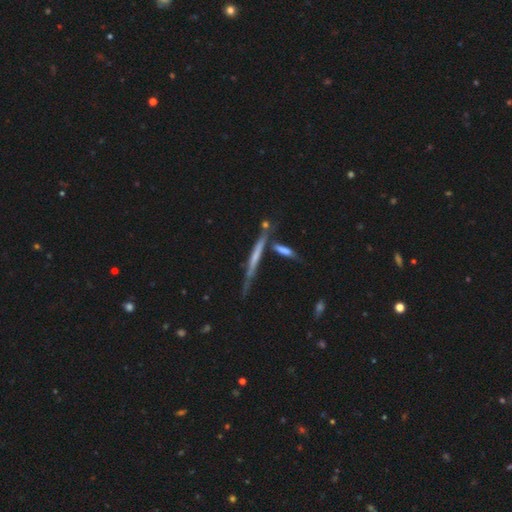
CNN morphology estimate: Q: Smooth or featured?
A: featured or disk (58%); runner-up: smooth (35%)
Q: Edge-on disk?
A: yes (93%); runner-up: no (7%)
Q: Edge-on bulge?
A: none (72%); runner-up: rounded (17%)
Q: Merging?
A: none (63%); runner-up: minor disturbance (16%)